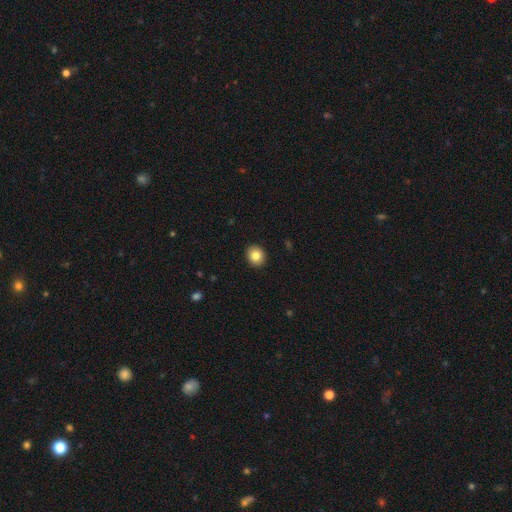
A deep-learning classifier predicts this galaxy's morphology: Overall: smooth (83%). How rounded: round (73%). Merging: none (92%).